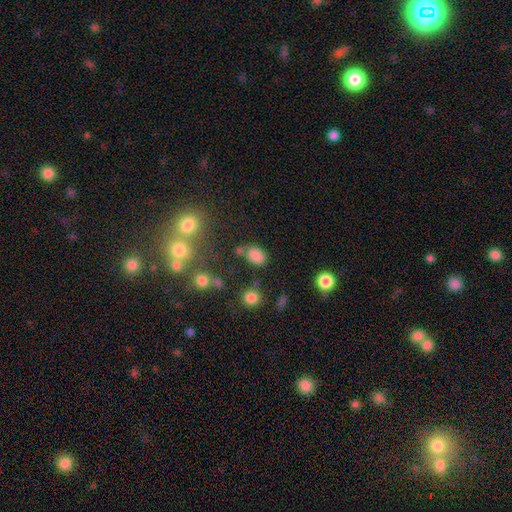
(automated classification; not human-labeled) This is clearly a smooth galaxy (81%). How rounded: likely in between (79%). Merging: likely none (66%).